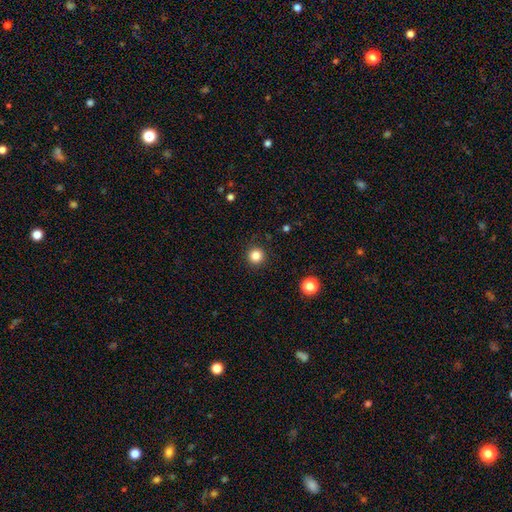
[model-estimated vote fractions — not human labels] The model was most divided on "smooth or featured": smooth: 83%, star or artifact: 12%, featured or disk: 5%. More confident: how rounded — round (96%); merging — none (92%).